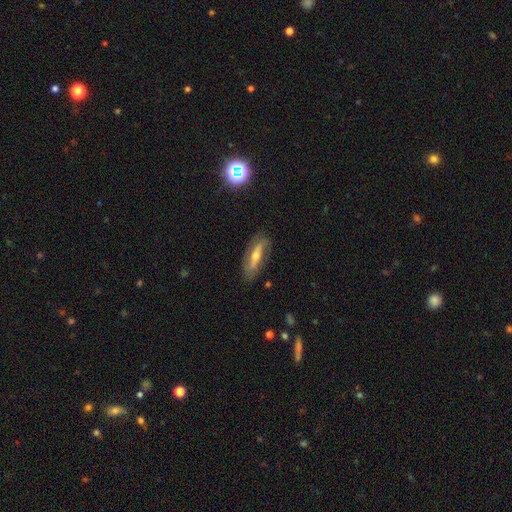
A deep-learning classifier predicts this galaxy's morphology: A featured or disk galaxy (65%).

Vote fractions:
- Smooth or featured? featured or disk: 65% / smooth: 26% / star or artifact: 10%
- Edge-on disk? no: 61% / yes: 39%
- Merging? none: 79% / minor disturbance: 15% / major disturbance: 5% / merger: 2%